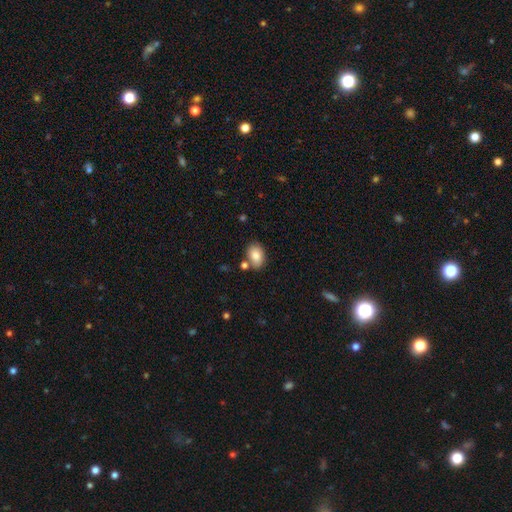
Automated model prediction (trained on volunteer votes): smooth 85%, featured or disk 8%, star or artifact 7%. Down the decision tree: how rounded — in between (82%); merging — none (73%).